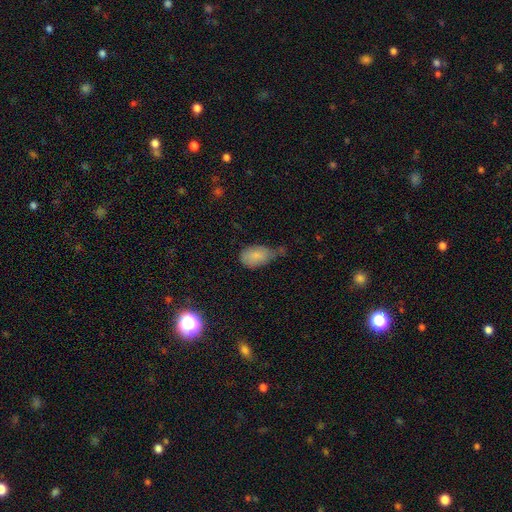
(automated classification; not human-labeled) This is clearly a smooth galaxy (81%). How rounded: clearly in between (89%). Merging: marginally minor disturbance (44%).